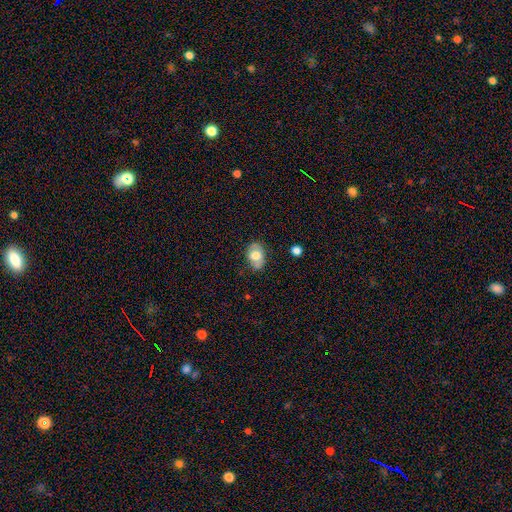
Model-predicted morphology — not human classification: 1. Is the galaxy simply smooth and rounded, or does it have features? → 62% smooth, 30% featured or disk, 8% star or artifact.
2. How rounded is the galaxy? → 80% in between, 18% round, 1% cigar-shaped.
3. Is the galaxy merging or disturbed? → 70% none, 22% minor disturbance, 5% major disturbance, 2% merger.